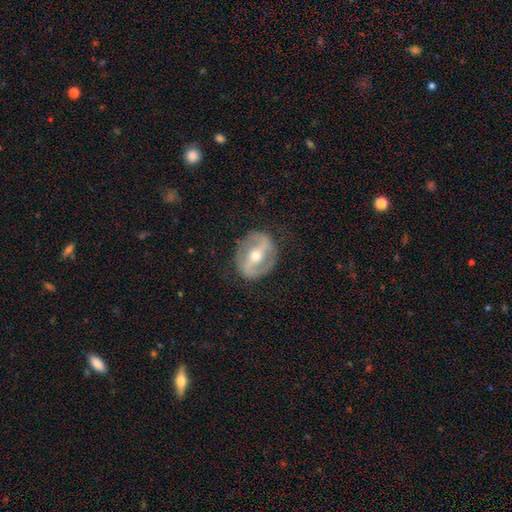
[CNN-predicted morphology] Q: Smooth or featured?
A: featured or disk (81%); runner-up: smooth (14%)
Q: Edge-on disk?
A: no (94%); runner-up: yes (6%)
Q: Bar?
A: strong (63%); runner-up: weak (25%)
Q: Spiral arms?
A: yes (71%); runner-up: no (29%)
Q: Spiral winding?
A: medium (43%); runner-up: tight (29%)
Q: Spiral arm count?
A: 2 (87%); runner-up: can't tell (8%)
Q: Bulge size?
A: moderate (65%); runner-up: small (30%)
Q: Merging?
A: none (83%); runner-up: minor disturbance (11%)